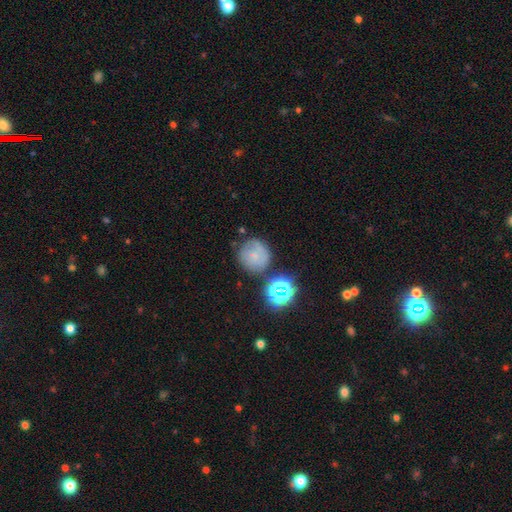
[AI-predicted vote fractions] Smooth or featured? smooth (53%)
How rounded? round (91%)
Merging? none (68%)